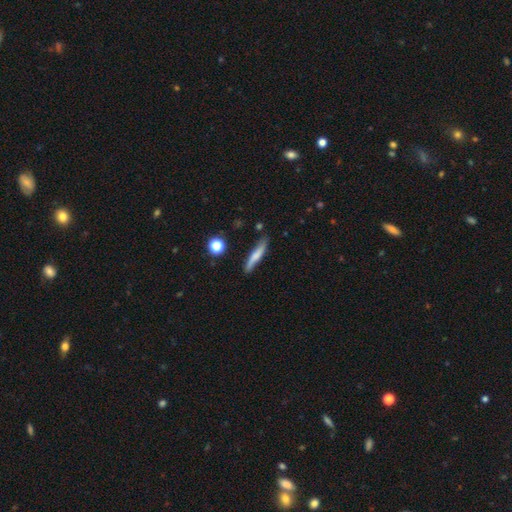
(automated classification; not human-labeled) A smooth galaxy with no disk features (64%) that is cigar-shaped (90%).

Vote fractions:
- Smooth or featured? smooth: 64% / featured or disk: 28% / star or artifact: 7%
- How rounded? cigar-shaped: 90% / in between: 8% / round: 2%
- Merging? none: 80% / minor disturbance: 15% / major disturbance: 3% / merger: 3%